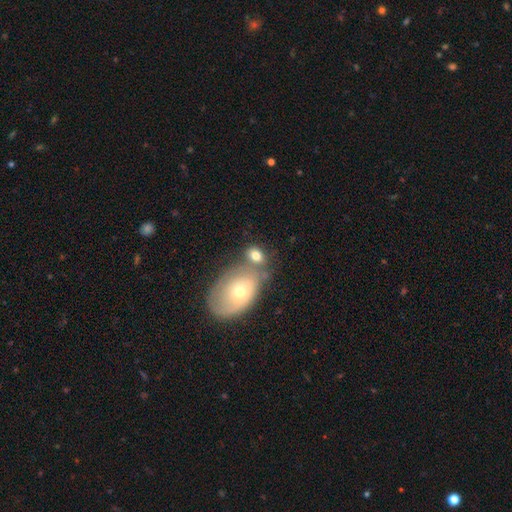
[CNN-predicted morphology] A smooth galaxy with no disk features (73%) that is in between round and cigar-shaped (75%). Merging: none (42%).